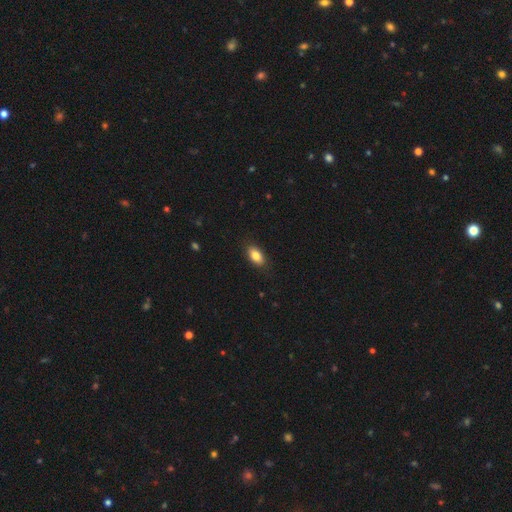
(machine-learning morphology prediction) type=smooth (84%); roundness=in between (90%); merging=none (86%).